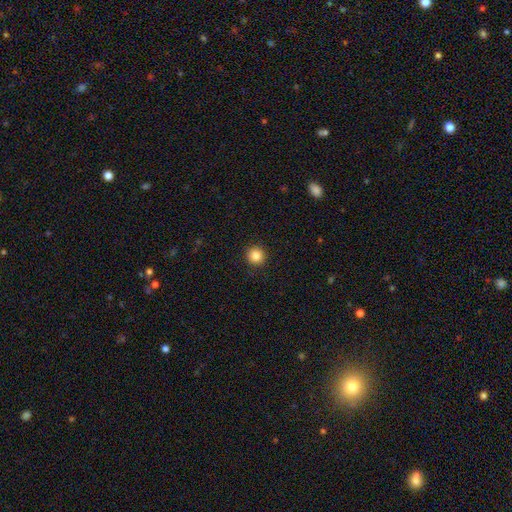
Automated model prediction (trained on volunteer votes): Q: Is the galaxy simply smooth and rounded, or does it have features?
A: smooth — 85%.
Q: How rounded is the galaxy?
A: round — 95%.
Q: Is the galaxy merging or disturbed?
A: none — 93%.